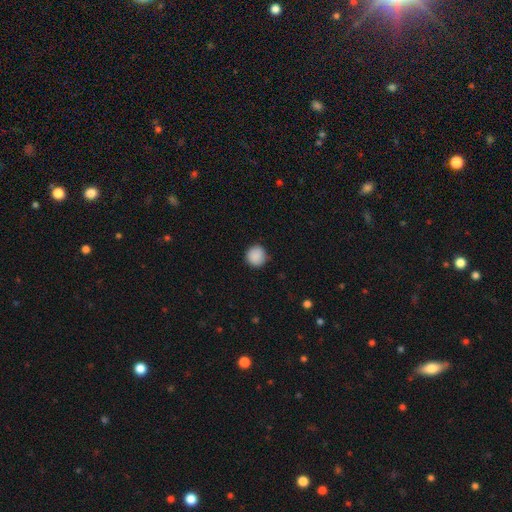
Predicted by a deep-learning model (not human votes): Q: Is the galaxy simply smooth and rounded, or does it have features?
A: smooth — 90%.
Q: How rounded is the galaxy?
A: round — 94%.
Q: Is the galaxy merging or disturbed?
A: none — 89%.